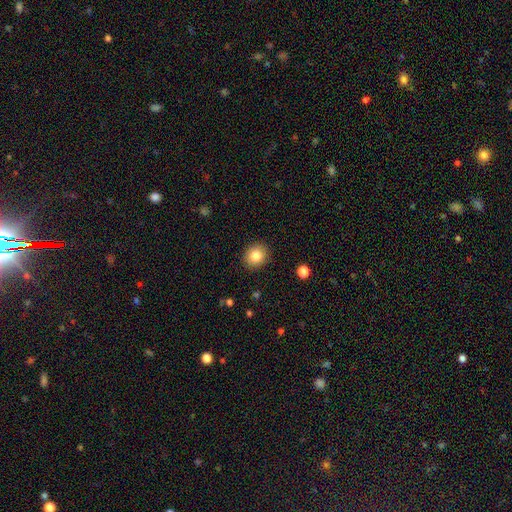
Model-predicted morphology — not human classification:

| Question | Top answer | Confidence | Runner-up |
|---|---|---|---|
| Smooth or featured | smooth | 83% | star or artifact (10%) |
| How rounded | round | 75% | in between (25%) |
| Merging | none | 90% | minor disturbance (7%) |